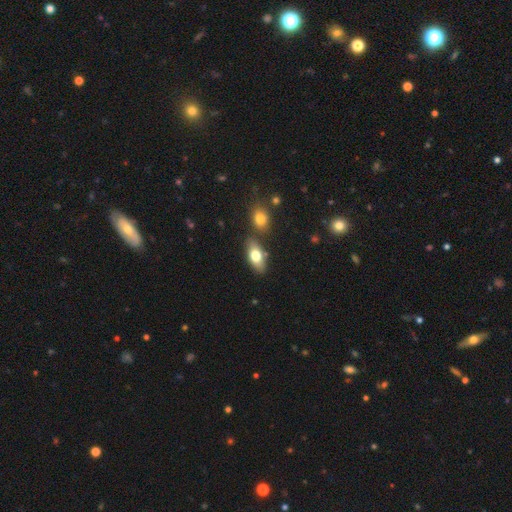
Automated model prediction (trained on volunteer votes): A smooth galaxy with no disk features (72%) that is in between round and cigar-shaped (86%).

Vote fractions:
- Smooth or featured? smooth: 72% / featured or disk: 20% / star or artifact: 7%
- How rounded? in between: 86% / cigar-shaped: 8% / round: 5%
- Merging? none: 72% / merger: 13% / minor disturbance: 12% / major disturbance: 3%